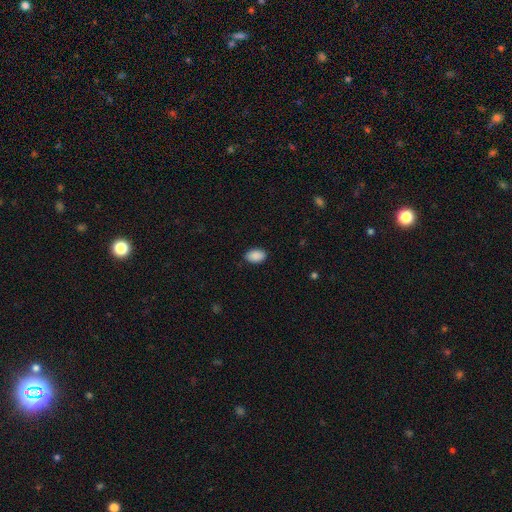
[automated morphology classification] Overall: smooth (90%). How rounded: in between (90%). Merging: none (87%).